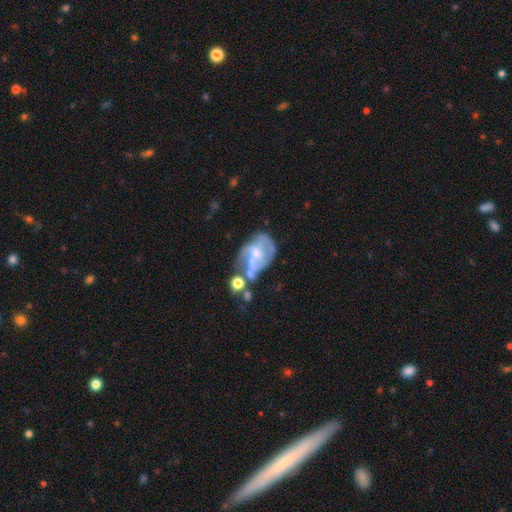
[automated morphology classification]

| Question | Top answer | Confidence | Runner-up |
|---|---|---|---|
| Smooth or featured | featured or disk | 70% | smooth (20%) |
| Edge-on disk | no | 97% | yes (3%) |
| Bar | no | 61% | weak (31%) |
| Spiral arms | yes | 63% | no (37%) |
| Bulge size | small | 48% | moderate (34%) |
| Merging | none | 27% | tied: major disturbance (27%) |